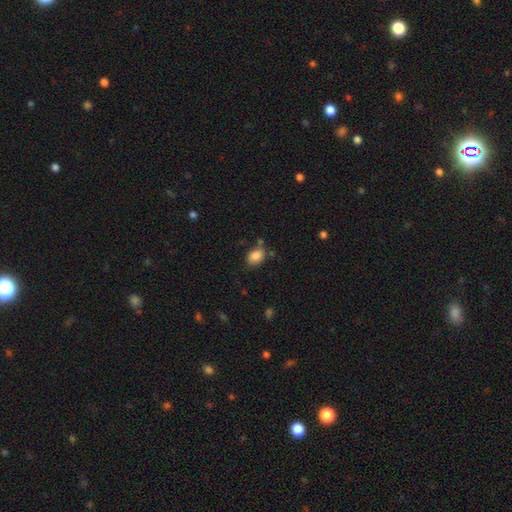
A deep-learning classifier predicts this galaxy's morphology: Smooth or featured: smooth — 86% (star or artifact — 9%)
How rounded: in between — 73% (round — 26%)
Merging: none — 70% (minor disturbance — 18%)